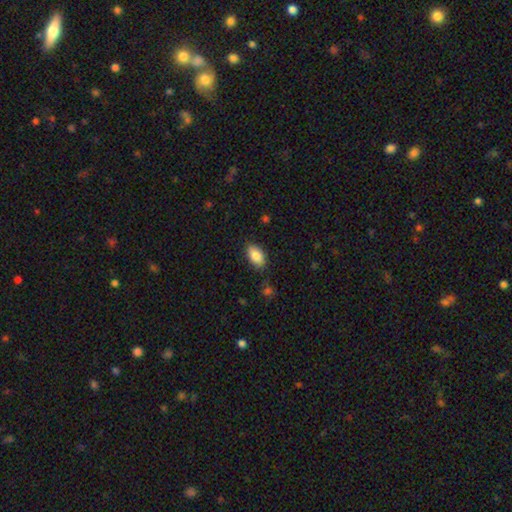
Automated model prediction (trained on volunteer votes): Morphology: type=smooth (85%); roundness=in between (92%); merging=none (84%).